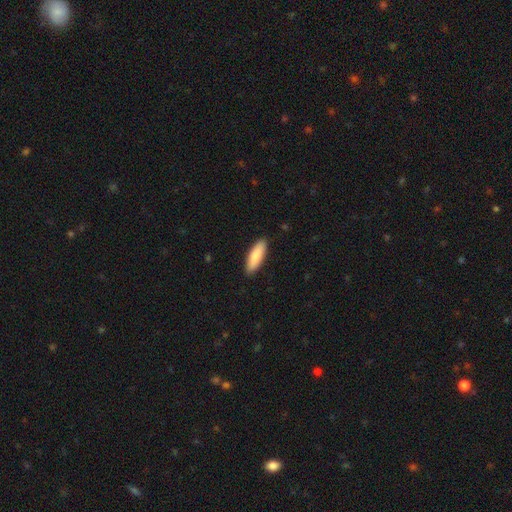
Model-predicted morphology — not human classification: type=smooth (85%); roundness=in between (53%); merging=none (89%).